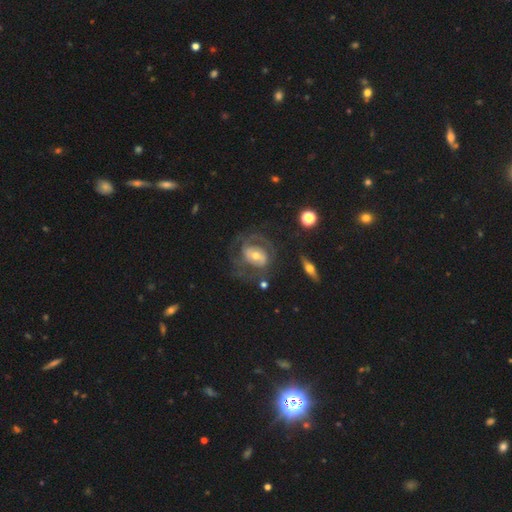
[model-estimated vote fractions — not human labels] This is likely a featured or disk galaxy (80%). It is clearly not viewed edge-on (96%). Bar: possibly no (46%). Spiral arm pattern: likely yes (80%). Spiral arm count: possibly 2 (47%). Spiral winding: possibly tight (47%). Central bulge: possibly moderate (56%). Merging: possibly none (55%).